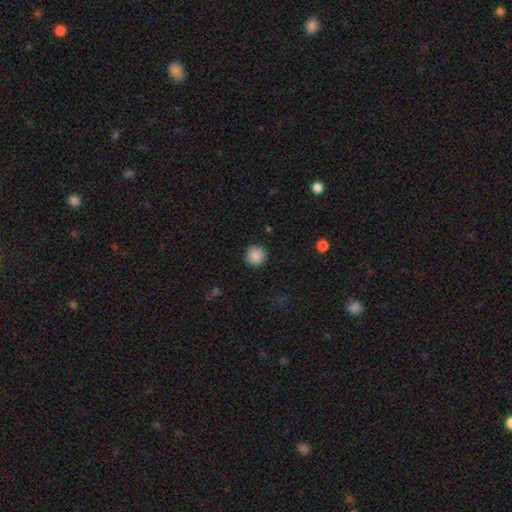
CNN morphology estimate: This appears to be a smooth galaxy with no disk features (88%) that is round (95%). Merging: none (92%).